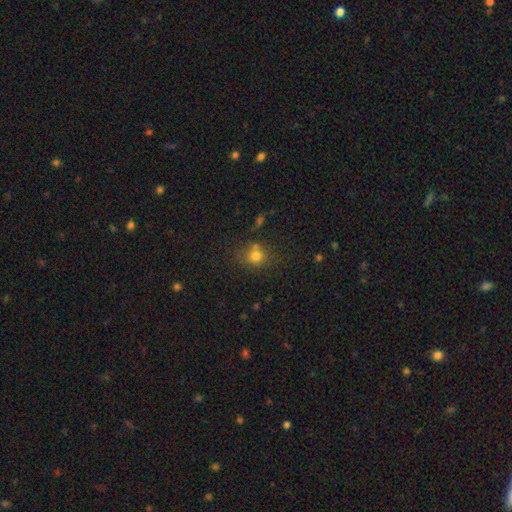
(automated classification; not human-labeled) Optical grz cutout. It shows a smooth galaxy with no disk features (75%) that is round (72%). Merging: none (64%).